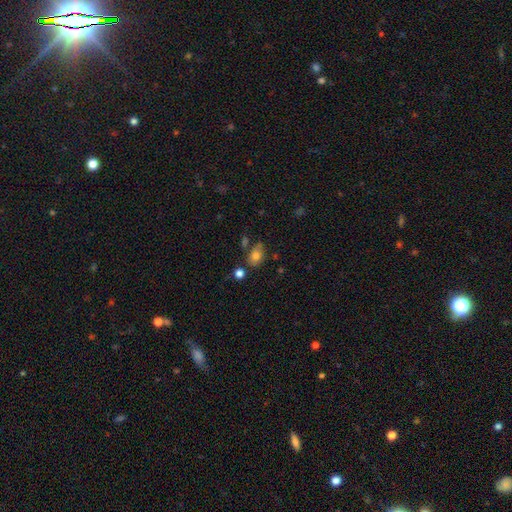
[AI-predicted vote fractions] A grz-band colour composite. It shows a smooth galaxy with no disk features (77%) that is in between round and cigar-shaped (74%). Merging: none (60%).